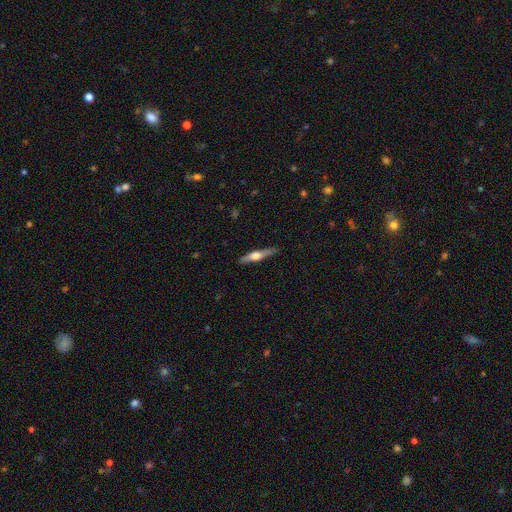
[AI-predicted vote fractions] A featured or disk galaxy (61%) viewed edge-on (96%) with a rounded central bulge (90%).

Vote fractions:
- Smooth or featured? featured or disk: 61% / smooth: 33% / star or artifact: 5%
- Edge-on disk? yes: 96% / no: 4%
- Edge-on bulge? rounded: 90% / boxy: 7% / none: 3%
- Merging? none: 86% / minor disturbance: 11% / major disturbance: 2% / merger: 1%